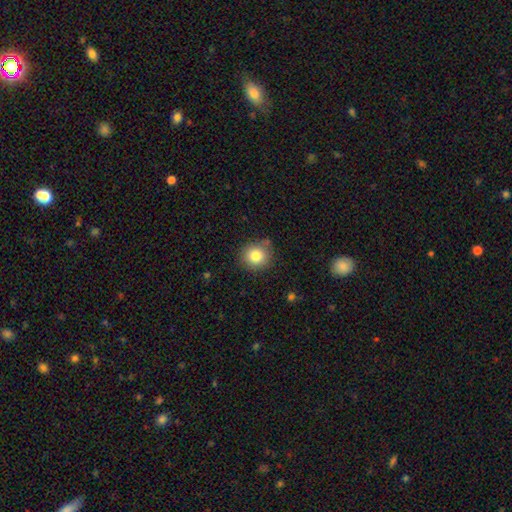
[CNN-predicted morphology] smooth_or_featured: smooth (p=0.81) [alt: star or artifact p=0.11]
how_rounded: round (p=0.89) [alt: in between p=0.10]
merging: none (p=0.84) [alt: minor disturbance p=0.11]